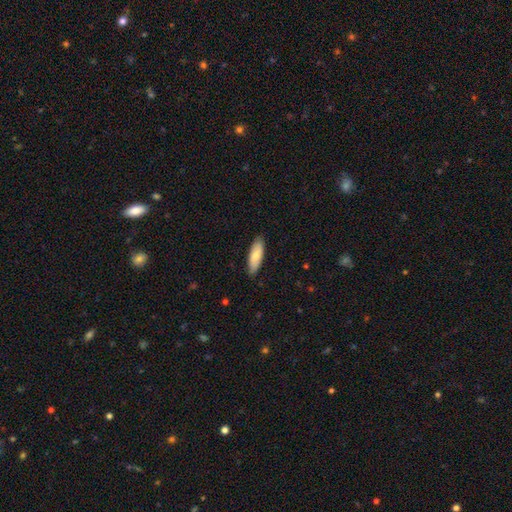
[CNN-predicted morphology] Q: Smooth or featured?
A: smooth (76%); runner-up: featured or disk (18%)
Q: How rounded?
A: in between (60%); runner-up: cigar-shaped (38%)
Q: Merging?
A: none (86%); runner-up: minor disturbance (11%)